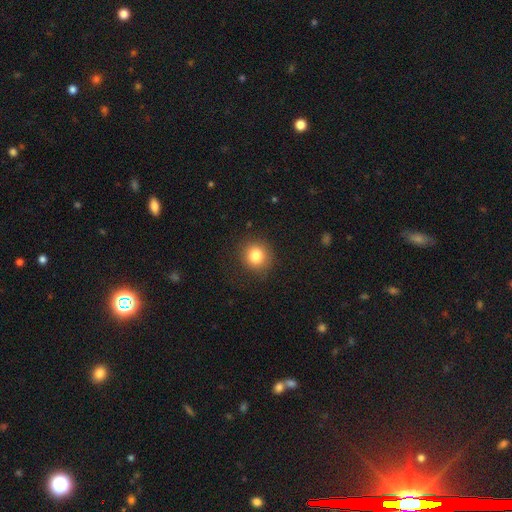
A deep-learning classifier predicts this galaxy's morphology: Q: Smooth or featured?
A: smooth (82%); runner-up: star or artifact (11%)
Q: How rounded?
A: round (88%); runner-up: in between (11%)
Q: Merging?
A: none (86%); runner-up: minor disturbance (9%)